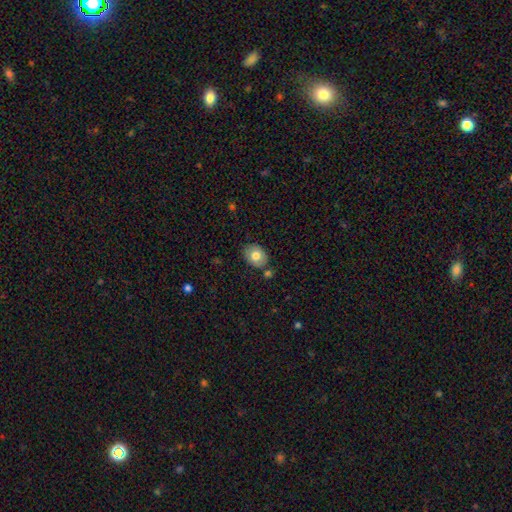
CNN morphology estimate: A smooth galaxy with no disk features (77%) that is in between round and cigar-shaped (61%).

Vote fractions:
- Smooth or featured? smooth: 77% / featured or disk: 15% / star or artifact: 8%
- How rounded? in between: 61% / round: 39% / cigar-shaped: 1%
- Merging? none: 78% / minor disturbance: 13% / merger: 7% / major disturbance: 3%